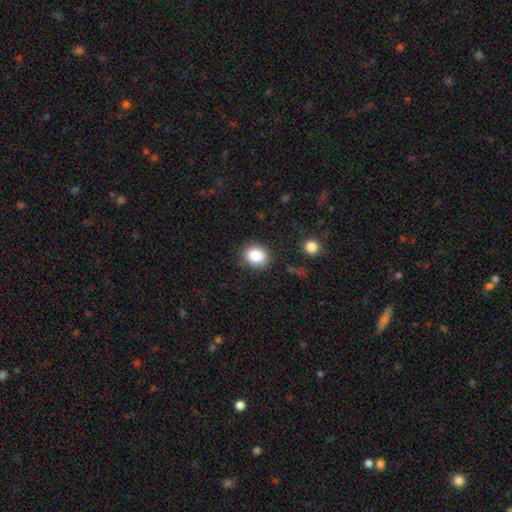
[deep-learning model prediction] A smooth galaxy with no disk features (87%) that is round (66%).

Vote fractions:
- Smooth or featured? smooth: 87% / star or artifact: 9% / featured or disk: 4%
- How rounded? round: 66% / in between: 34% / cigar-shaped: 1%
- Merging? none: 84% / minor disturbance: 11% / major disturbance: 4% / merger: 2%